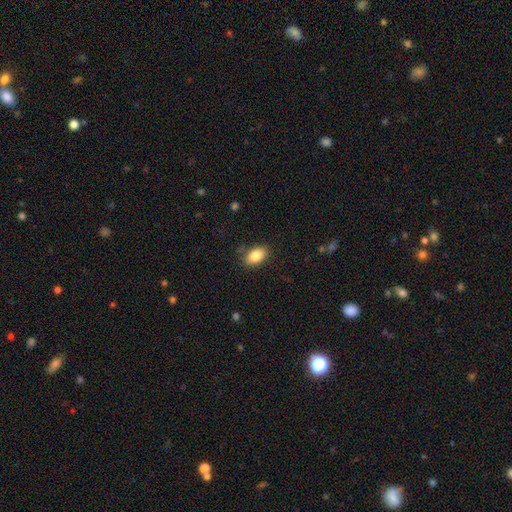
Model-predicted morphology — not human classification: smooth_or_featured: smooth (p=0.84) [alt: featured or disk p=0.08]
how_rounded: in between (p=0.90) [alt: round p=0.08]
merging: none (p=0.84) [alt: minor disturbance p=0.12]